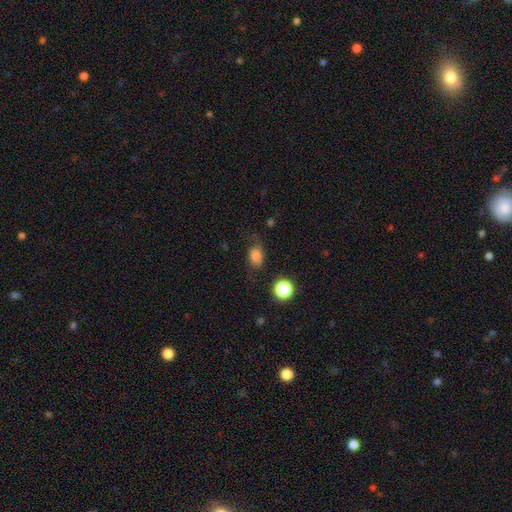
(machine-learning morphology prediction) Overall: smooth (76%). How rounded: in between (69%; round 30%). Merging: none (55%; minor disturbance 27%).